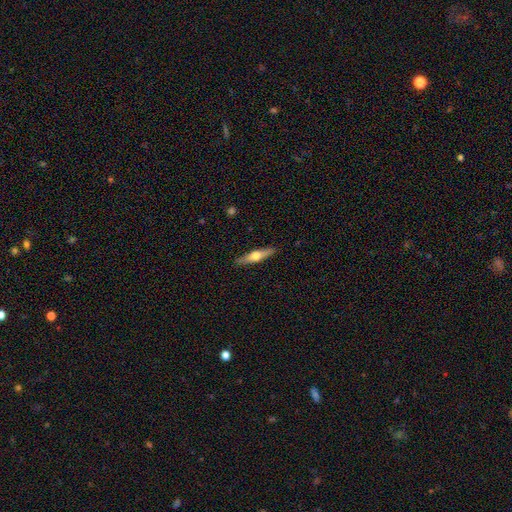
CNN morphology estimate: smooth-or-featured: featured or disk: 55% | smooth: 40% | star or artifact: 5%
  disk-edge-on: yes: 95% | no: 5%
    edge-on-bulge: rounded: 93% | boxy: 3% | none: 3%
  merging: none: 90% | minor disturbance: 7% | major disturbance: 2% | merger: 1%